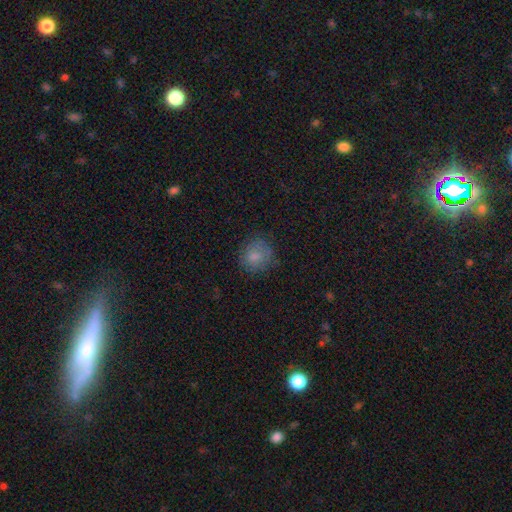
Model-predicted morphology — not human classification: This is likely a smooth galaxy (80%). How rounded: clearly round (83%). Merging: likely none (74%).